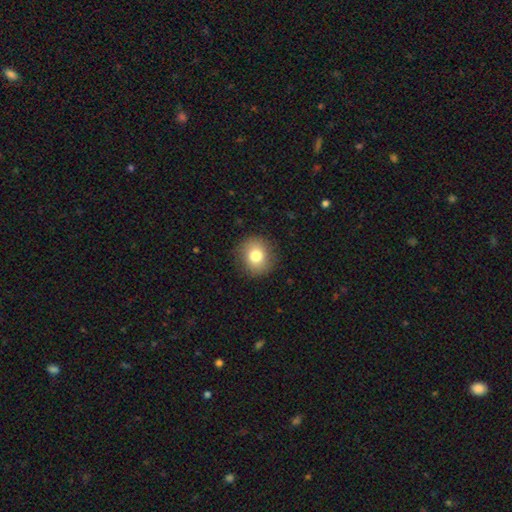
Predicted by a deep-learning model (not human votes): Morphology: type=smooth (80%); roundness=round (81%); merging=none (88%).